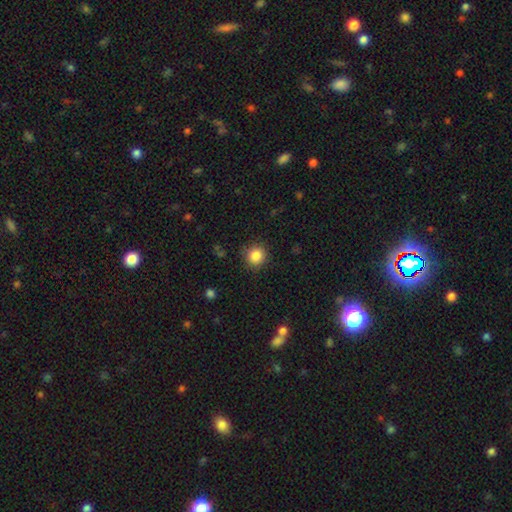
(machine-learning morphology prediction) type=smooth (85%); roundness=round (92%); merging=none (87%).